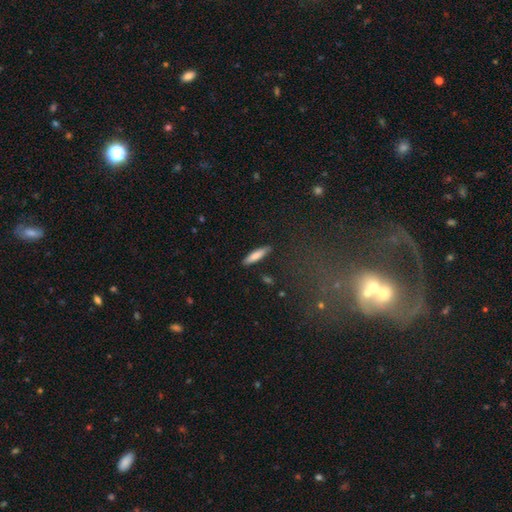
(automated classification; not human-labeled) A smooth galaxy with no disk features (80%) that is cigar-shaped (78%).

Vote fractions:
- Smooth or featured? smooth: 80% / featured or disk: 14% / star or artifact: 6%
- How rounded? cigar-shaped: 78% / in between: 20% / round: 1%
- Merging? none: 88% / minor disturbance: 8% / major disturbance: 2% / merger: 2%